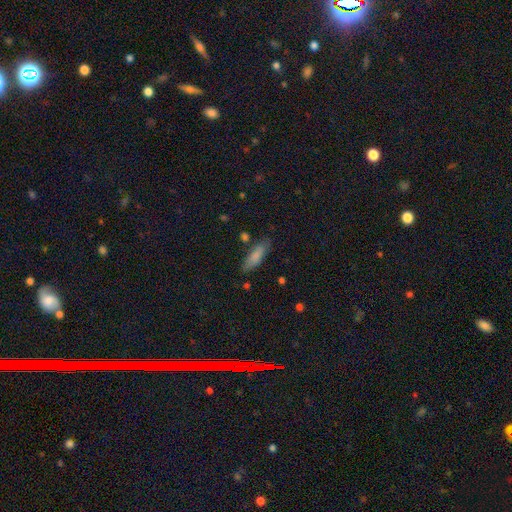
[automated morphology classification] The model was most divided on "how rounded": cigar-shaped: 52%, in between: 46%, round: 2%. More confident: smooth or featured — smooth (79%); merging — none (77%).